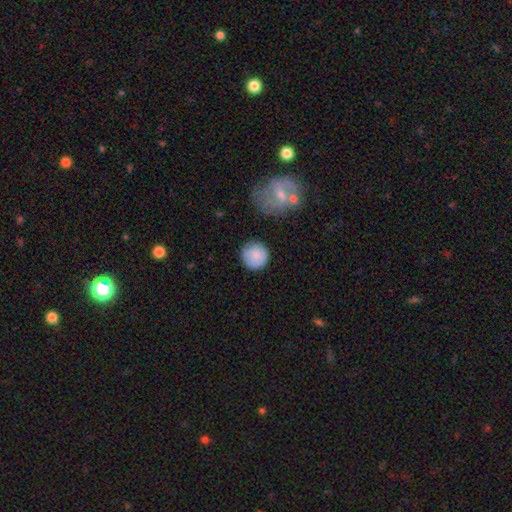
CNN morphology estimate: The model was most divided on "merging": none: 81%, minor disturbance: 13%, major disturbance: 4%, merger: 3%. More confident: how rounded — round (94%); smooth or featured — smooth (82%).